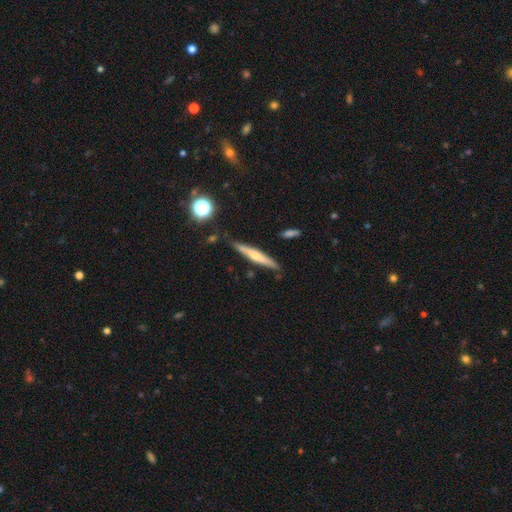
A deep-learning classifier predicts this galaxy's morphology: Q: Smooth or featured?
A: featured or disk (48%); runner-up: smooth (45%)
Q: Merging?
A: none (82%); runner-up: minor disturbance (13%)